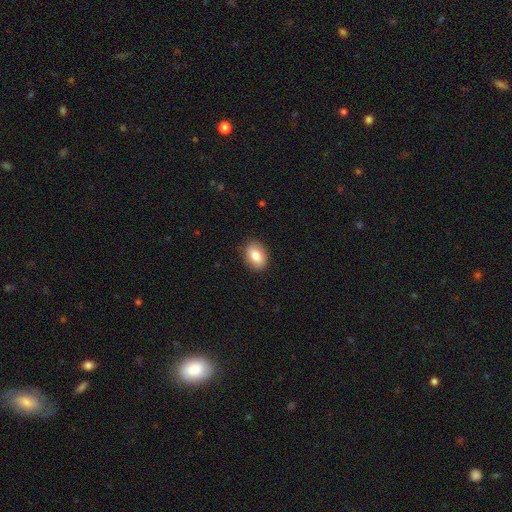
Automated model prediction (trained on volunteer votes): This is clearly a smooth galaxy (81%). How rounded: likely in between (79%). Merging: clearly none (88%).